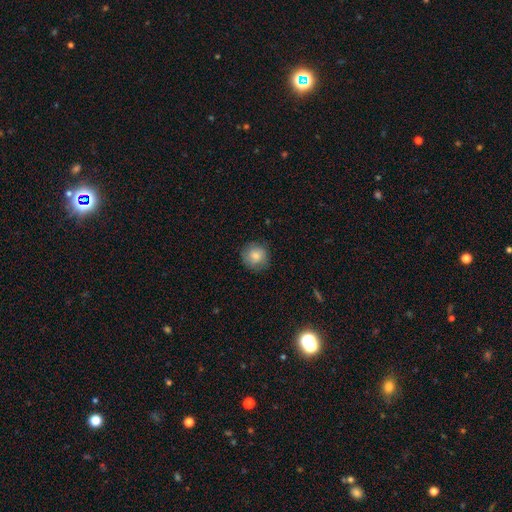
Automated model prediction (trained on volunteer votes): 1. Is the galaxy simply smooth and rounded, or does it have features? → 82% smooth, 10% featured or disk, 8% star or artifact.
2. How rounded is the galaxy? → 90% round, 9% in between, 1% cigar-shaped.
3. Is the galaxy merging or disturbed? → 83% none, 13% minor disturbance, 3% major disturbance, 1% merger.